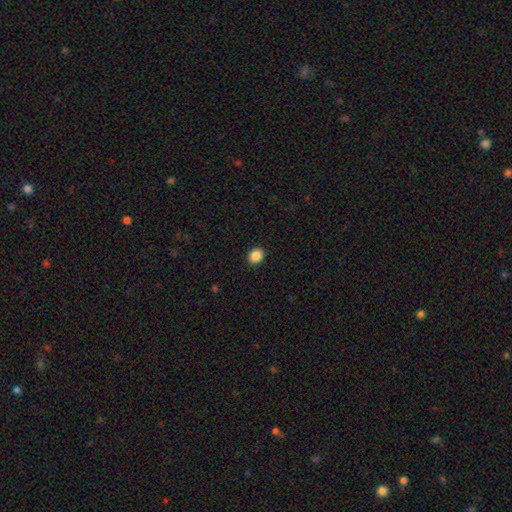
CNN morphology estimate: Overall: smooth (87%). How rounded: round (63%; in between 36%). Merging: none (92%).